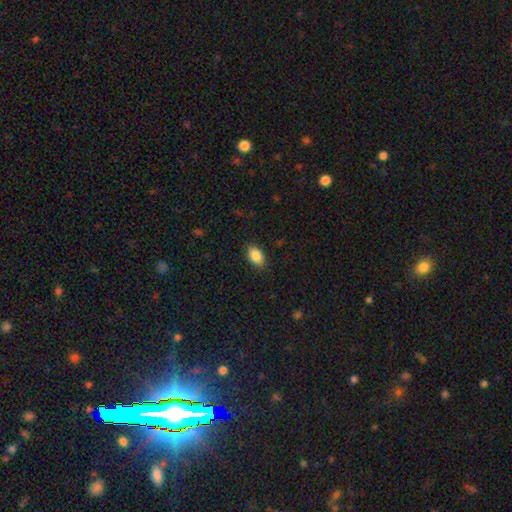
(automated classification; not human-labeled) This is clearly a smooth galaxy (87%). How rounded: clearly in between (90%). Merging: clearly none (87%).